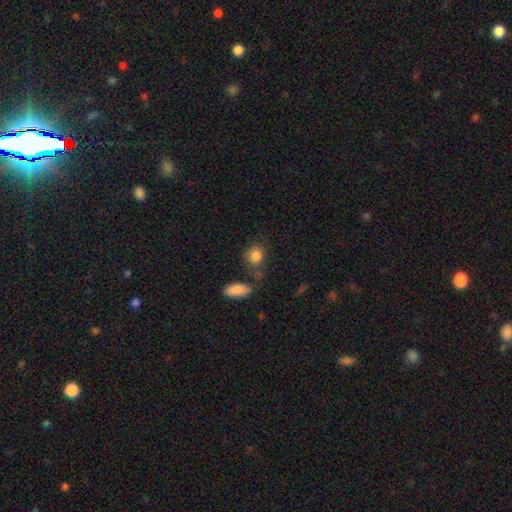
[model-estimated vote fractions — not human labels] Smooth or featured?
  - smooth: 85% *
  - star or artifact: 8%
  - featured or disk: 7%
How rounded?
  - round: 57% *
  - in between: 41%
  - cigar-shaped: 2%
Merging?
  - none: 57% *
  - minor disturbance: 18%
  - merger: 17%
  - major disturbance: 8%